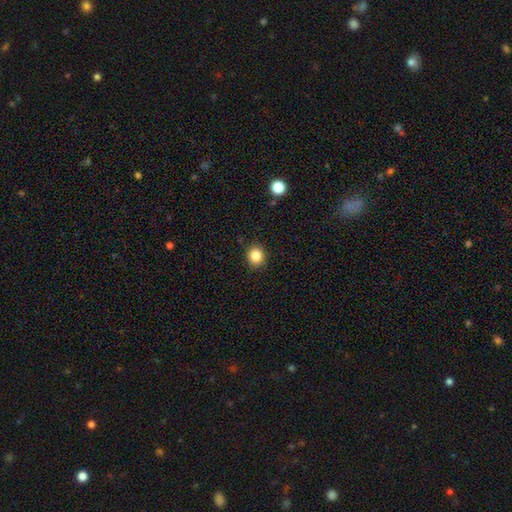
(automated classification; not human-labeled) smooth 85%, star or artifact 11%, featured or disk 5%. Down the decision tree: how rounded — round (78%); merging — none (89%).